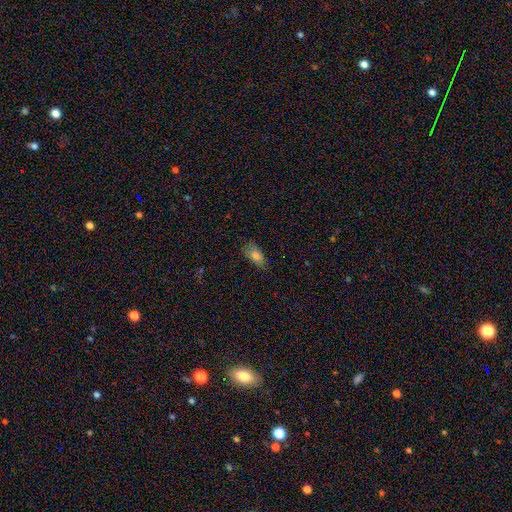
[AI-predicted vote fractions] Smooth or featured? Predicted: smooth (p=0.80). How rounded? Predicted: in between (p=0.87). Merging? Predicted: none (p=0.68).